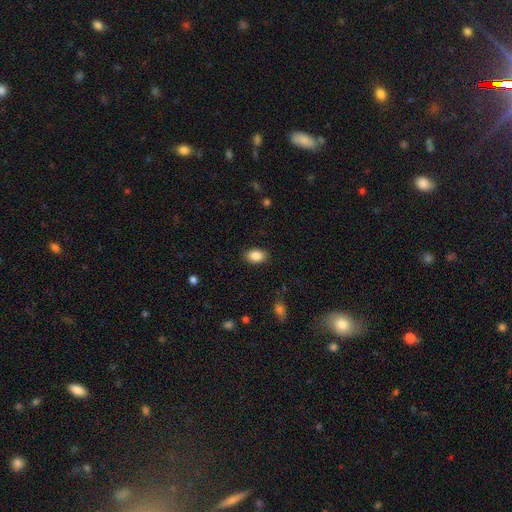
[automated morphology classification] Smooth or featured? Predicted: smooth (p=0.87). How rounded? Predicted: in between (p=0.85). Merging? Predicted: none (p=0.87).